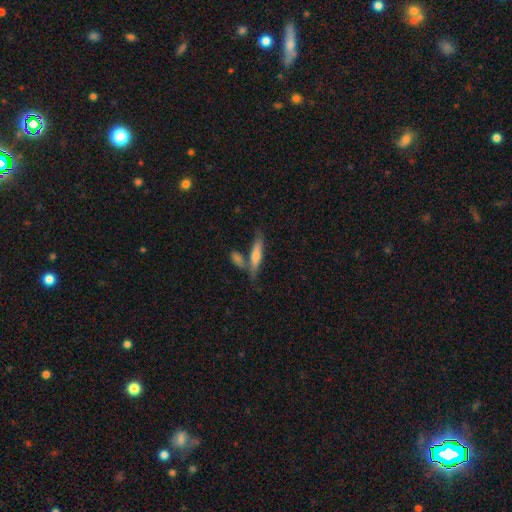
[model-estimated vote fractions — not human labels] This appears to be a smooth galaxy with no disk features (51%) that is cigar-shaped (83%). Merging: none (63%).